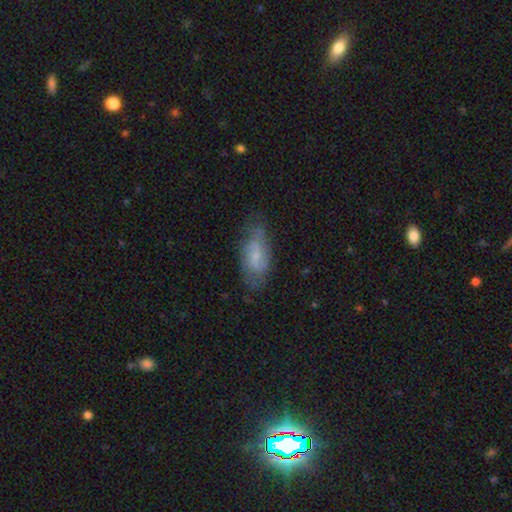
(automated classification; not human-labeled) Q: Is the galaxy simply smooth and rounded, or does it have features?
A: featured or disk — 50%.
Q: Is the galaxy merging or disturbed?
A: none — 62%.